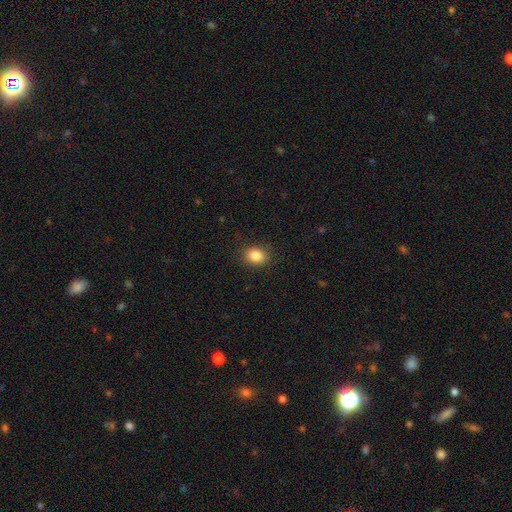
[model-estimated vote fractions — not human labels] Smooth or featured? smooth (86%)
How rounded? in between (55%)
Merging? none (87%)